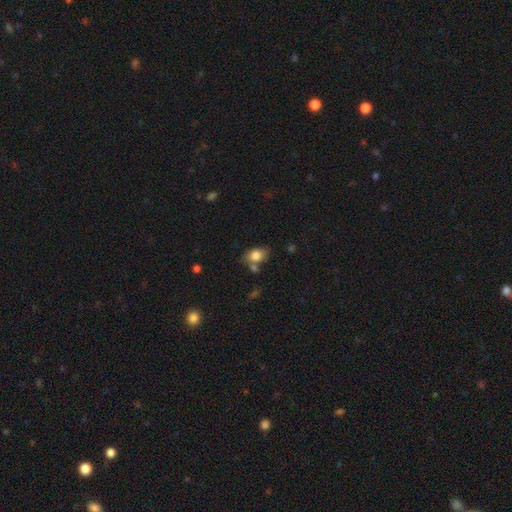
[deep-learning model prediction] This appears to be a smooth galaxy with no disk features (81%) that is in between round and cigar-shaped (77%). Merging: none (59%).